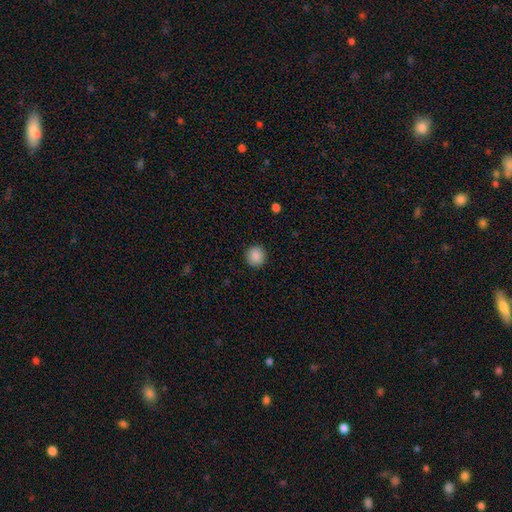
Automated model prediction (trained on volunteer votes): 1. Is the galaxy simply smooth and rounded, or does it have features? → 88% smooth, 9% star or artifact, 3% featured or disk.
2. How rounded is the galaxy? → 92% round, 7% in between, 1% cigar-shaped.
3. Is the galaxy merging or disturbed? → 91% none, 6% minor disturbance, 2% major disturbance, 1% merger.